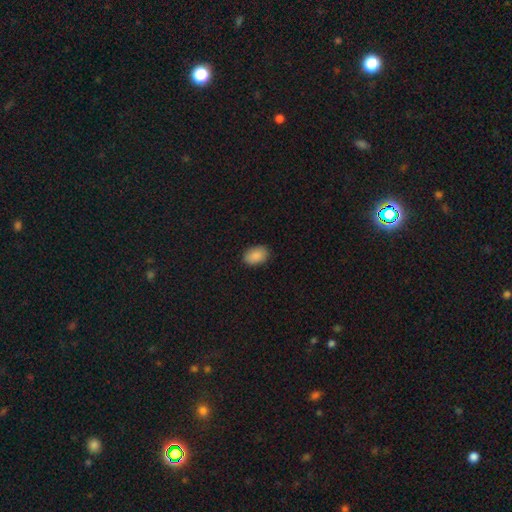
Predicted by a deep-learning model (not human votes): Morphology: type=smooth (89%); roundness=in between (87%); merging=none (88%).